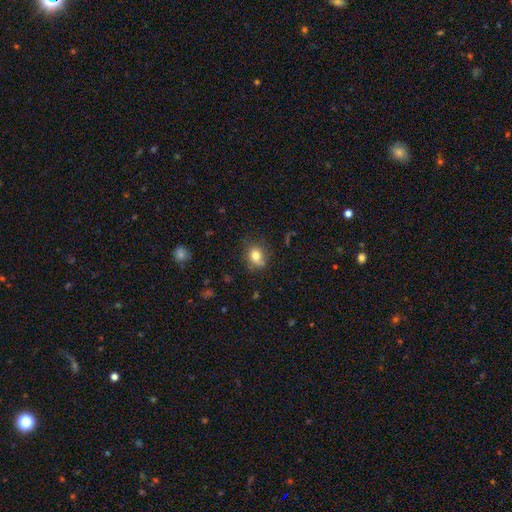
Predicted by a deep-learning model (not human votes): Smooth or featured: smooth — 78% (star or artifact — 11%)
How rounded: round — 61% (in between — 38%)
Merging: none — 66% (minor disturbance — 24%)